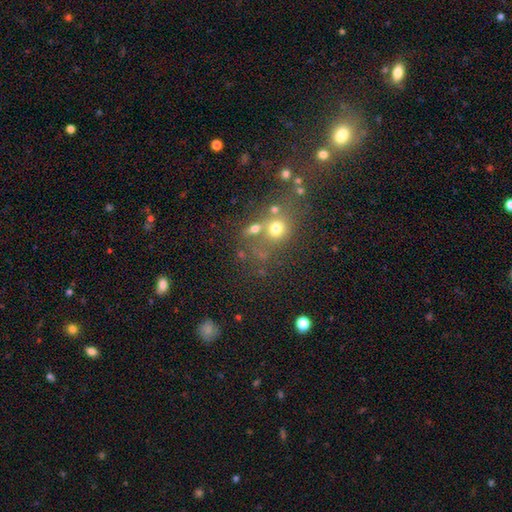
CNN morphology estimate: This is marginally a star or artifact rather than a galaxy (45%).